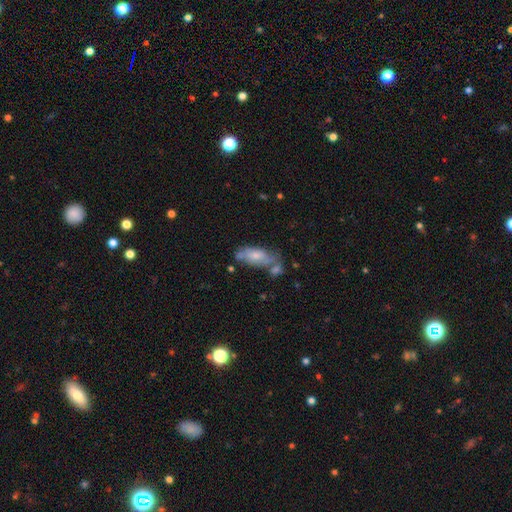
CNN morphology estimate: smooth 58%, featured or disk 35%, star or artifact 7%. Down the decision tree: how rounded — in between (84%); merging — none (43%).